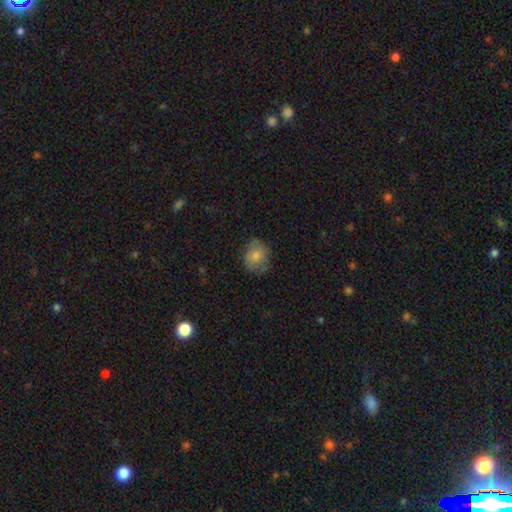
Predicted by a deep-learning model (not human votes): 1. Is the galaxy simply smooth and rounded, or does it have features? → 73% smooth, 19% featured or disk, 8% star or artifact.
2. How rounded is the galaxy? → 60% round, 39% in between, 1% cigar-shaped.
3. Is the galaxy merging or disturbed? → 67% none, 24% minor disturbance, 8% major disturbance, 1% merger.